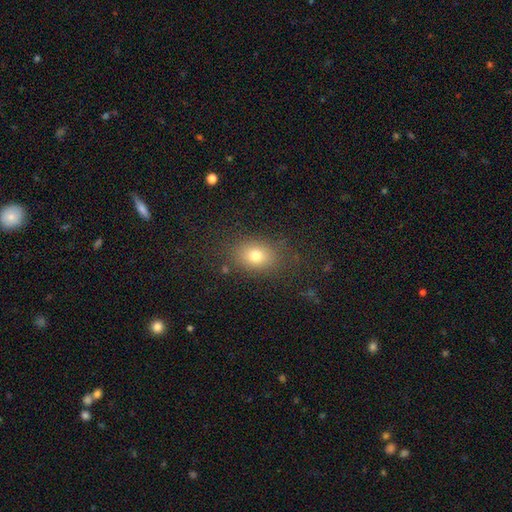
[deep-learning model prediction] A smooth galaxy with no disk features (76%) that is in between round and cigar-shaped (64%). Merging: none (80%).